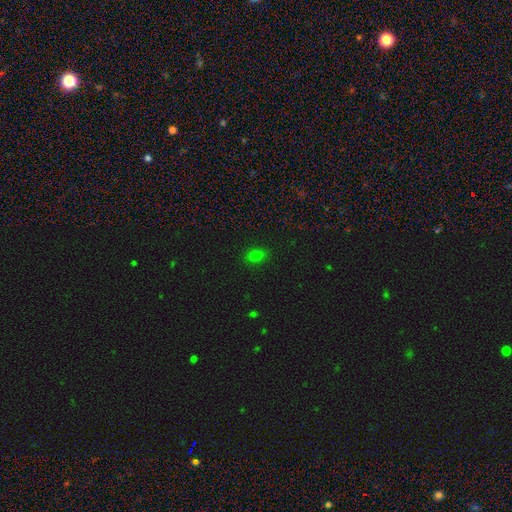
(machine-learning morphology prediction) Overall: smooth (74%). How rounded: in between (71%). Merging: none (87%).